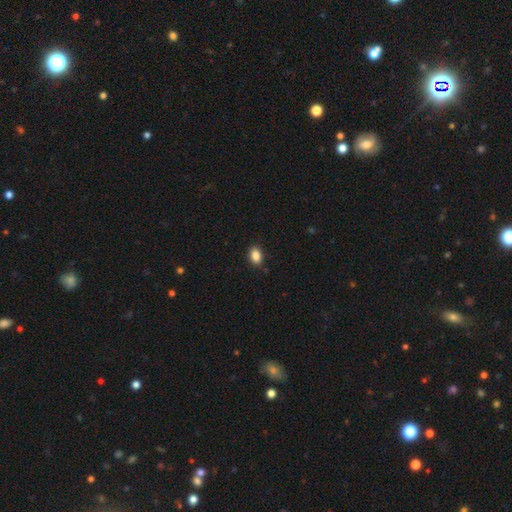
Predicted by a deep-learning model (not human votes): Q: Smooth or featured?
A: smooth (87%); runner-up: star or artifact (9%)
Q: How rounded?
A: in between (80%); runner-up: round (18%)
Q: Merging?
A: none (85%); runner-up: minor disturbance (12%)